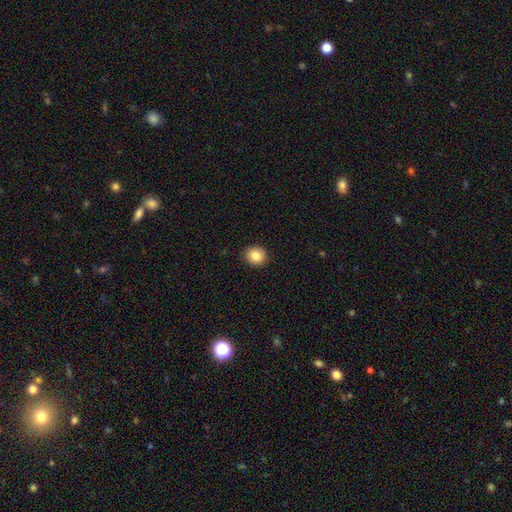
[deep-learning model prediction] Smooth or featured? Predicted: smooth (p=0.85). How rounded? Predicted: round (p=0.81). Merging? Predicted: none (p=0.91).